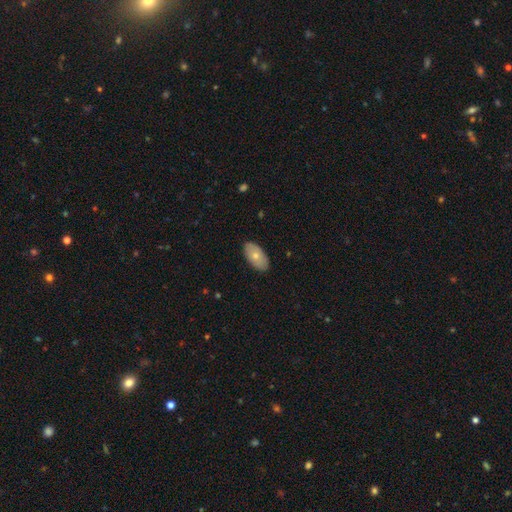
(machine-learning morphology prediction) smooth_or_featured: smooth (p=0.69) [alt: featured or disk p=0.25]
how_rounded: in between (p=0.94) [alt: round p=0.03]
merging: none (p=0.86) [alt: minor disturbance p=0.11]